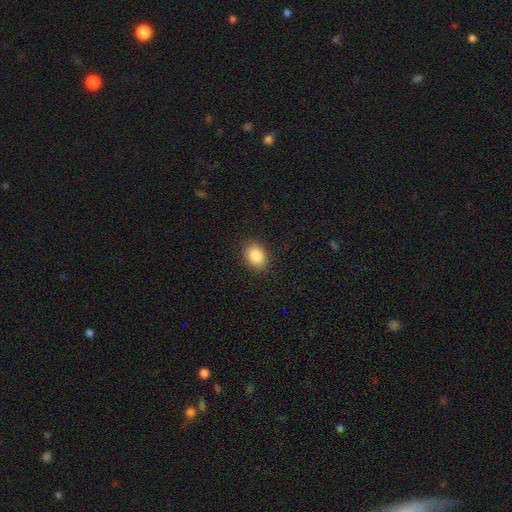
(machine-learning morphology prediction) This appears to be a smooth galaxy with no disk features (86%) that is in between round and cigar-shaped (65%). Merging: none (89%).